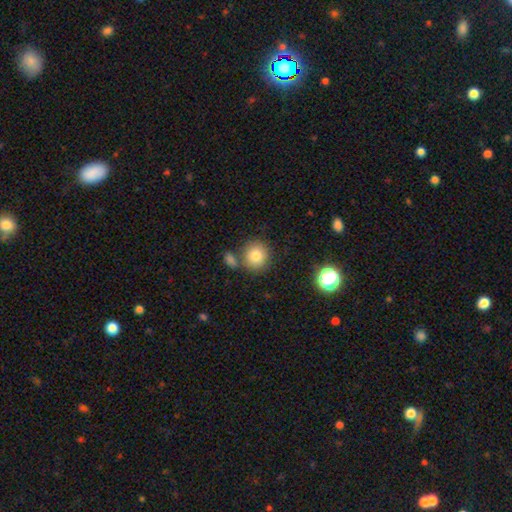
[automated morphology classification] Smooth or featured: smooth — 82% (star or artifact — 10%)
How rounded: round — 85% (in between — 14%)
Merging: none — 70% (merger — 16%)